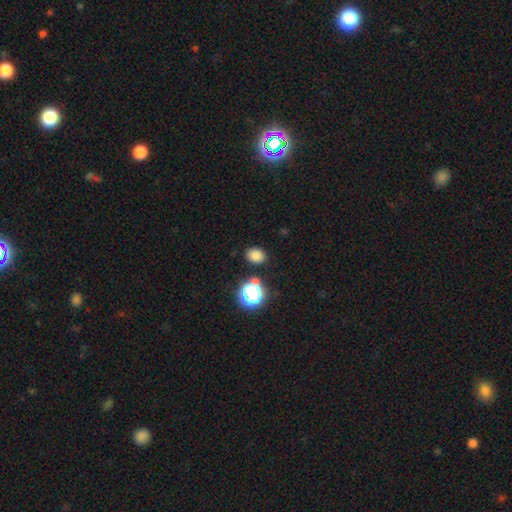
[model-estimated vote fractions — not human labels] This is likely a smooth galaxy (78%). How rounded: possibly in between (52%). Merging: clearly none (83%).